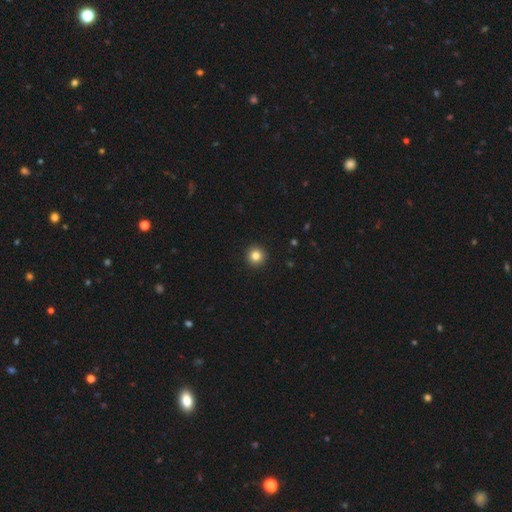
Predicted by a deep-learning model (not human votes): A smooth galaxy with no disk features (84%) that is round (96%).

Vote fractions:
- Smooth or featured? smooth: 84% / star or artifact: 11% / featured or disk: 5%
- How rounded? round: 96% / in between: 3% / cigar-shaped: 1%
- Merging? none: 94% / minor disturbance: 4% / major disturbance: 1% / merger: 1%